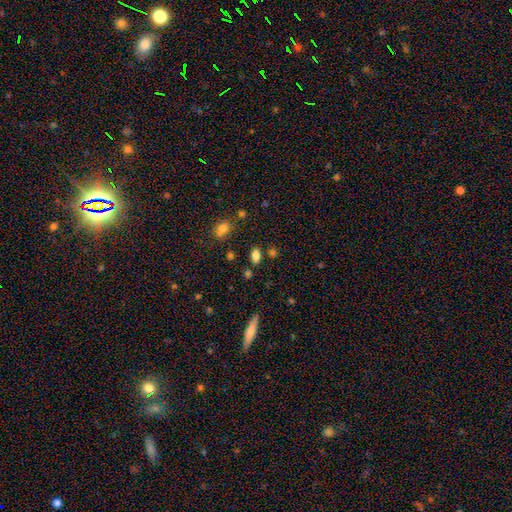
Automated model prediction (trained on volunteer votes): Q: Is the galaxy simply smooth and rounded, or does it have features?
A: smooth — 81%.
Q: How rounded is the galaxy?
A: in between — 88%.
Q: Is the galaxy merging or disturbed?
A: none — 81%.